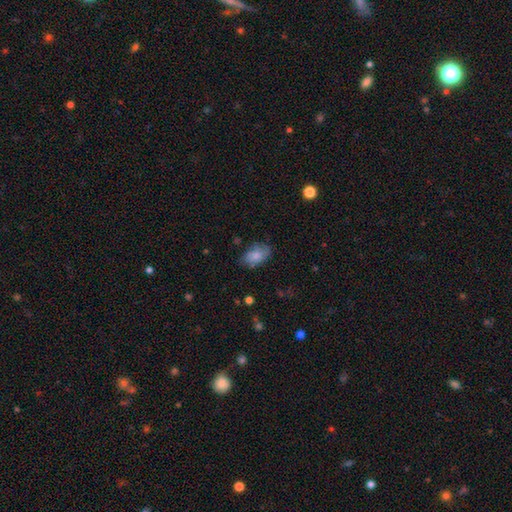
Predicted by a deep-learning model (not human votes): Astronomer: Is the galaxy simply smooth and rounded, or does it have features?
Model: smooth — 75%.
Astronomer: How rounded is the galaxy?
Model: in between — 90%.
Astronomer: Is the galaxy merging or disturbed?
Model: none — 64%.